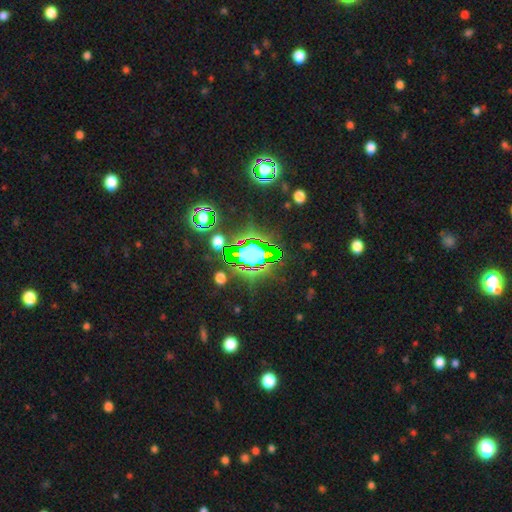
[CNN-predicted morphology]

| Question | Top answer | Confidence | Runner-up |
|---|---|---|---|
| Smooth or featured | star or artifact | 71% | smooth (17%) |